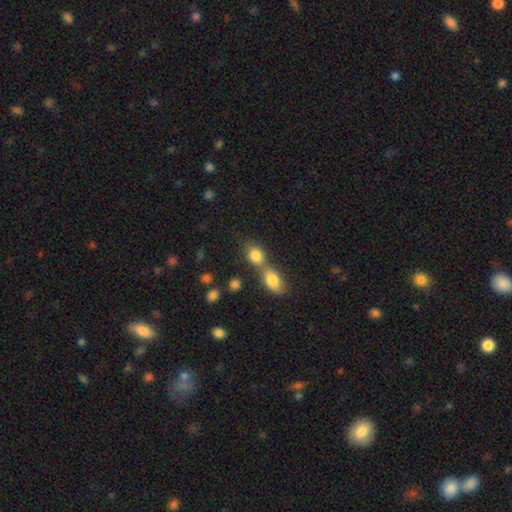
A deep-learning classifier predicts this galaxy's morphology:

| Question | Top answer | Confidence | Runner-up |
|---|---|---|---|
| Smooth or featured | smooth | 83% | star or artifact (9%) |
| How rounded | in between | 63% | round (34%) |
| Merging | merger | 61% | none (29%) |